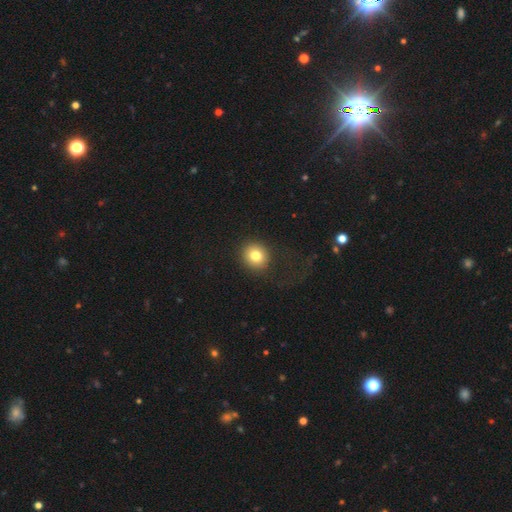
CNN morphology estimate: A smooth galaxy with no disk features (80%) that is round (85%). Merging: none (82%).